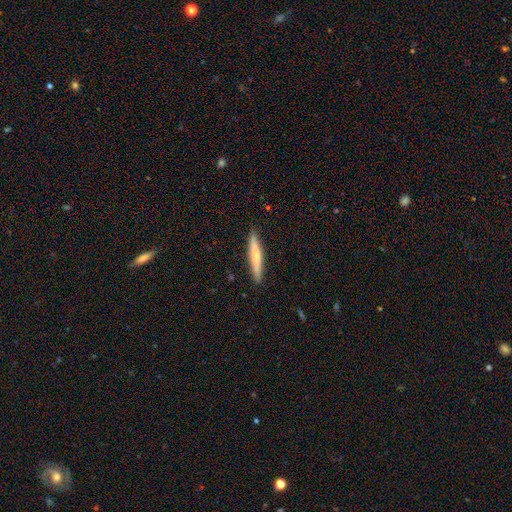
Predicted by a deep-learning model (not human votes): A smooth galaxy with no disk features (58%) that is cigar-shaped (93%).

Vote fractions:
- Smooth or featured? smooth: 58% / featured or disk: 36% / star or artifact: 6%
- How rounded? cigar-shaped: 93% / in between: 5% / round: 1%
- Merging? none: 90% / minor disturbance: 7% / major disturbance: 2% / merger: 1%